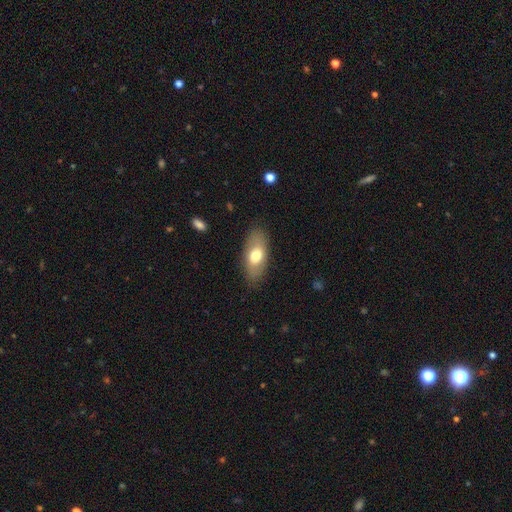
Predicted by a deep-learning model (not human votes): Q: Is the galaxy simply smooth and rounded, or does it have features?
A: smooth — 68%.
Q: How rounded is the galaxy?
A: in between — 88%.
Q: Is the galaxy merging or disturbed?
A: none — 83%.